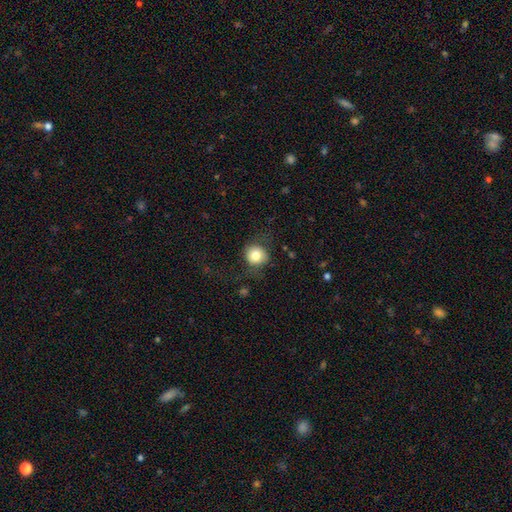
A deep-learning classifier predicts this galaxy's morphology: Overall: smooth (78%). How rounded: round (85%). Merging: none (71%).